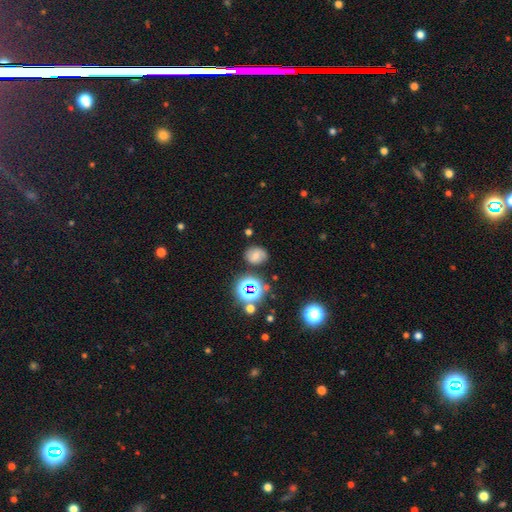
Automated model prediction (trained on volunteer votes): The model was most divided on "how rounded": round: 55%, in between: 44%, cigar-shaped: 1%. More confident: merging — none (77%); smooth or featured — smooth (56%).